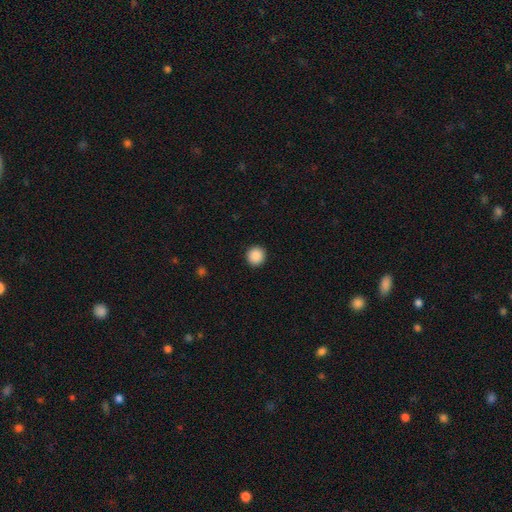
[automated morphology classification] smooth-or-featured: smooth: 89% | star or artifact: 9% | featured or disk: 2%
  how-rounded: round: 95% | in between: 4% | cigar-shaped: 1%
  merging: none: 93% | minor disturbance: 4% | major disturbance: 2% | merger: 1%